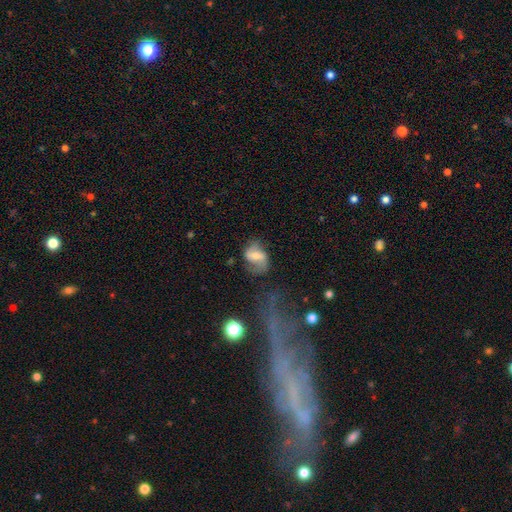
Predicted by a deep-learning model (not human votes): Overall: featured or disk (59%; smooth 32%). Edge-on disk: no (96%). Bar: weak (42%; strong 38%). Spiral arms: yes (82%). Bulge size: moderate (38%, tied with small). Merging: none (59%; minor disturbance 23%).